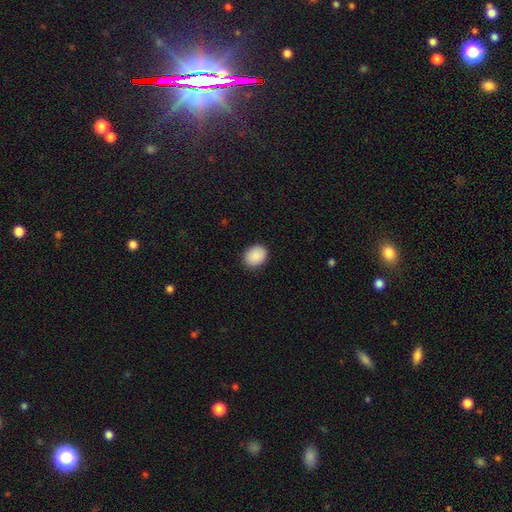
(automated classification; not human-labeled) The model was most divided on "how rounded": in between: 53%, round: 46%, cigar-shaped: 1%. More confident: smooth or featured — smooth (90%); merging — none (88%).